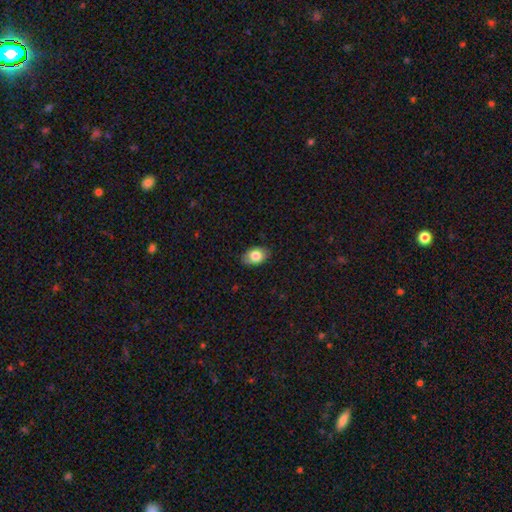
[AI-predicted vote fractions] smooth 81%, featured or disk 12%, star or artifact 7%. Down the decision tree: how rounded — in between (86%); merging — none (86%).